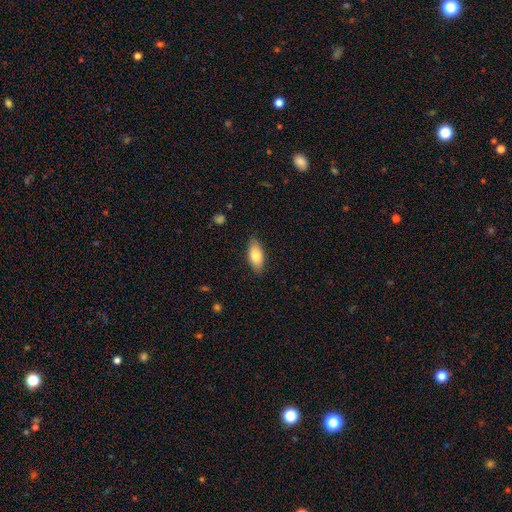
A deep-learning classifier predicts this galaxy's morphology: smooth 80%, featured or disk 14%, star or artifact 6%. Down the decision tree: how rounded — in between (84%); merging — none (85%).